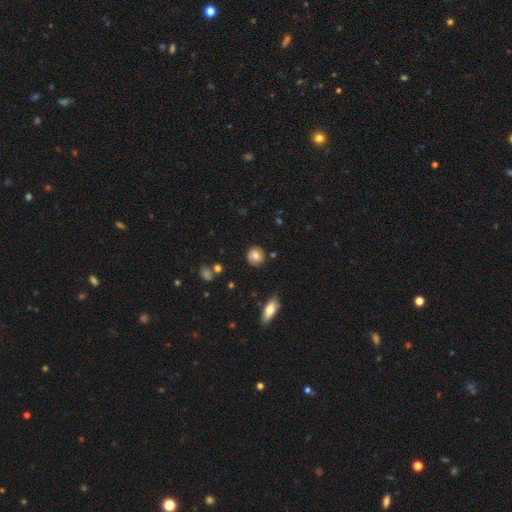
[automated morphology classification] smooth 72%, featured or disk 20%, star or artifact 8%. Down the decision tree: how rounded — round (85%); merging — none (84%).